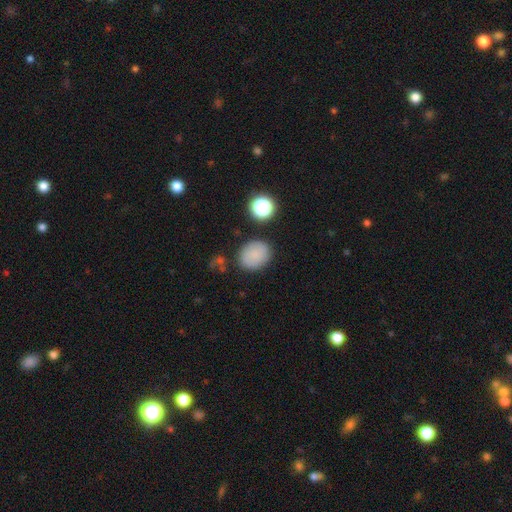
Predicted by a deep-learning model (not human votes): Smooth or featured?
  - smooth: 78% *
  - star or artifact: 11%
  - featured or disk: 11%
How rounded?
  - round: 55% *
  - in between: 44%
  - cigar-shaped: 1%
Merging?
  - none: 81% *
  - minor disturbance: 12%
  - major disturbance: 4%
  - merger: 3%